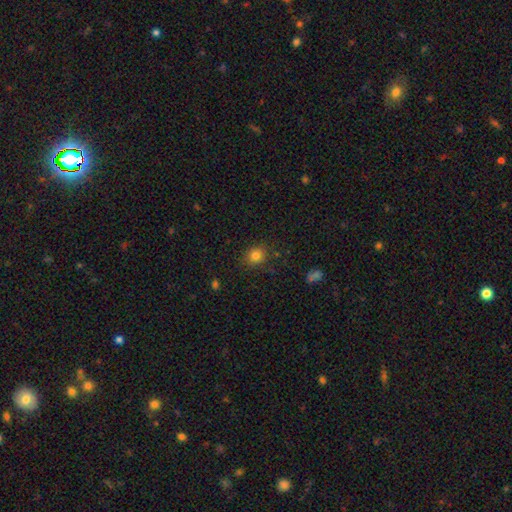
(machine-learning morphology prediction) Q: Smooth or featured?
A: smooth (82%); runner-up: star or artifact (13%)
Q: How rounded?
A: round (76%); runner-up: in between (23%)
Q: Merging?
A: none (86%); runner-up: minor disturbance (10%)